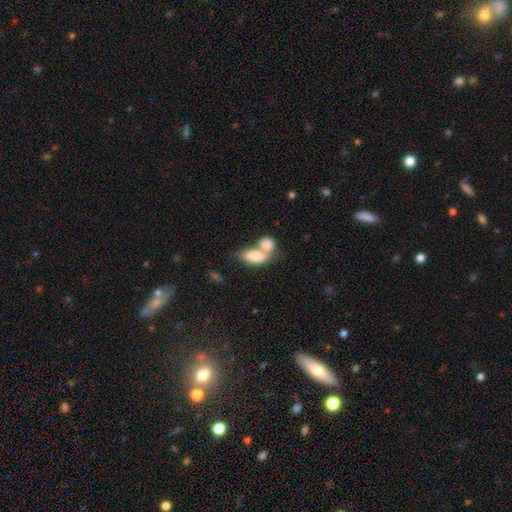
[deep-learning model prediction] smooth 78%, featured or disk 15%, star or artifact 6%. Down the decision tree: how rounded — in between (83%); merging — merger (65%).